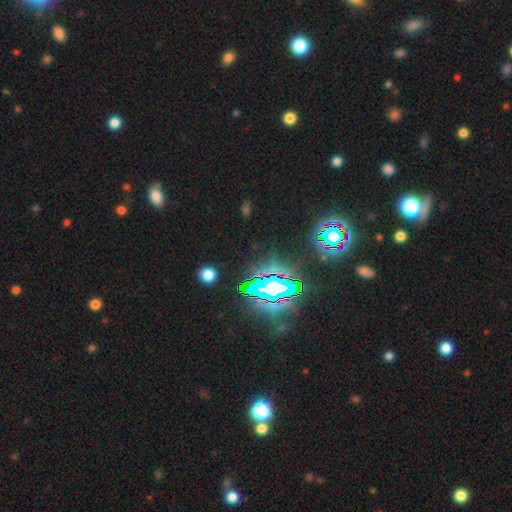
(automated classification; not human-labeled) smooth-or-featured: star or artifact: 85% | smooth: 8% | featured or disk: 7%